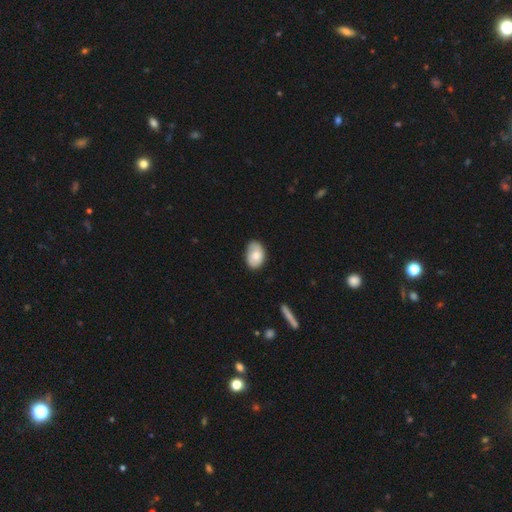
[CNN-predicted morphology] The model was most divided on "merging": none: 71%, minor disturbance: 24%, major disturbance: 4%, merger: 1%. More confident: how rounded — in between (87%); smooth or featured — smooth (79%).